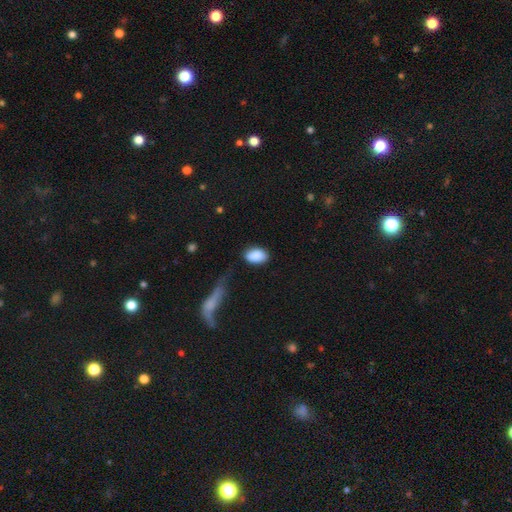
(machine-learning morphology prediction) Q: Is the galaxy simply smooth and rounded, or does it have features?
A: smooth — 88%.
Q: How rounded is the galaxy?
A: in between — 90%.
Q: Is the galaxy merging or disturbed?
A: none — 76%.